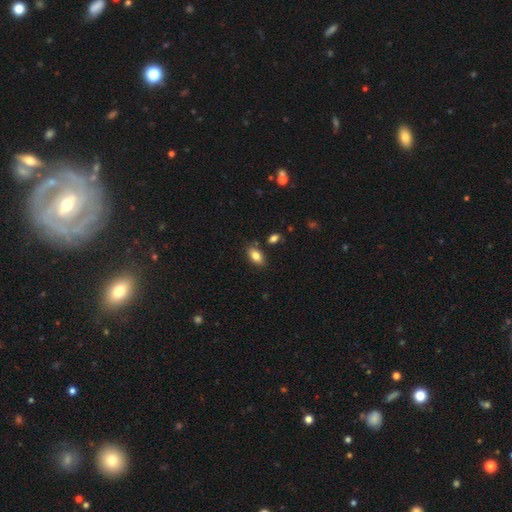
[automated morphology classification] This is clearly a smooth galaxy (82%). How rounded: clearly in between (91%). Merging: clearly none (80%).